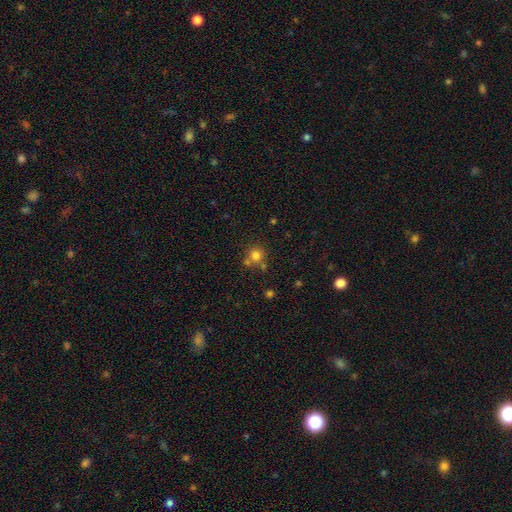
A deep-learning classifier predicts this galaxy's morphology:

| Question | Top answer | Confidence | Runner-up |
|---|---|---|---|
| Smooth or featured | smooth | 76% | star or artifact (16%) |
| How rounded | round | 90% | in between (9%) |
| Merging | none | 64% | merger (23%) |